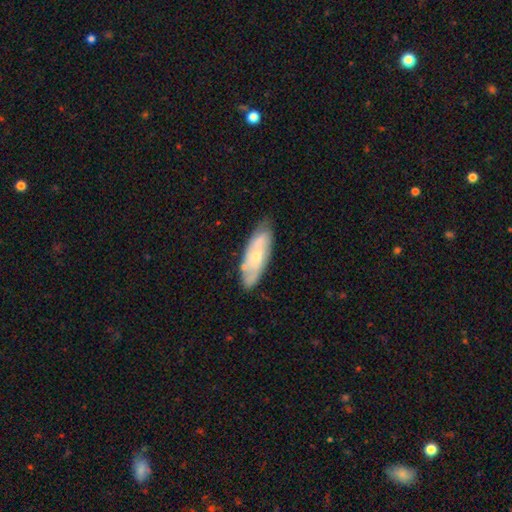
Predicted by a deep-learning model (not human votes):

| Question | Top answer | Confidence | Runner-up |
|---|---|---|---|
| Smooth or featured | featured or disk | 51% | smooth (43%) |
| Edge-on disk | no | 81% | yes (19%) |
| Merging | none | 72% | minor disturbance (22%) |